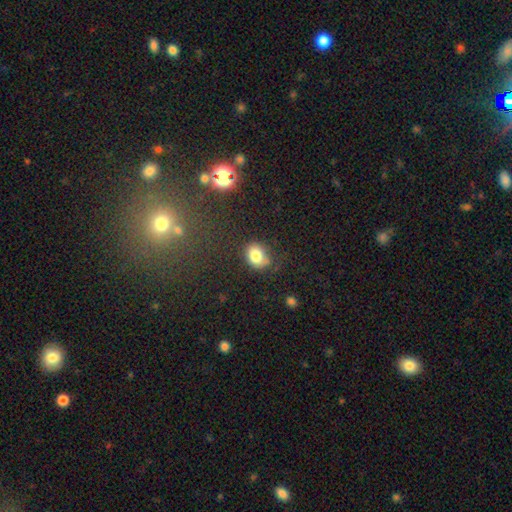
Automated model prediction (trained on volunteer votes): Overall: smooth (80%). How rounded: in between (56%; round 42%). Merging: none (65%).